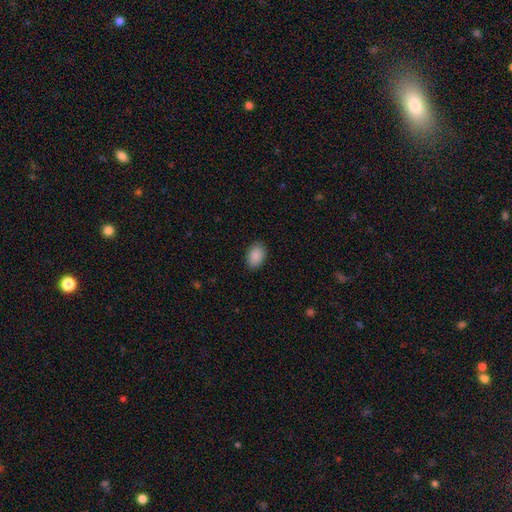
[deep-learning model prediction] A smooth galaxy with no disk features (90%) that is in between round and cigar-shaped (85%).

Vote fractions:
- Smooth or featured? smooth: 90% / star or artifact: 7% / featured or disk: 3%
- How rounded? in between: 85% / round: 14% / cigar-shaped: 1%
- Merging? none: 88% / minor disturbance: 9% / major disturbance: 2% / merger: 1%